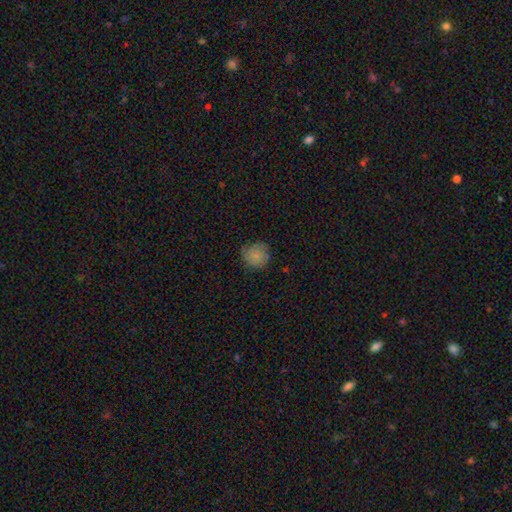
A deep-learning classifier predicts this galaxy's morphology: Q: Smooth or featured?
A: smooth (75%); runner-up: featured or disk (15%)
Q: How rounded?
A: round (89%); runner-up: in between (10%)
Q: Merging?
A: none (74%); runner-up: minor disturbance (20%)